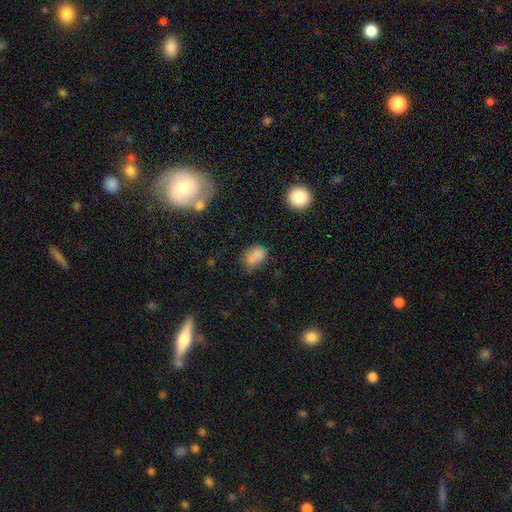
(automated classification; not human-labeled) smooth-or-featured: smooth: 80% | star or artifact: 11% | featured or disk: 8%
  how-rounded: in between: 77% | round: 21% | cigar-shaped: 1%
  merging: none: 52% | minor disturbance: 30% | major disturbance: 10% | merger: 8%